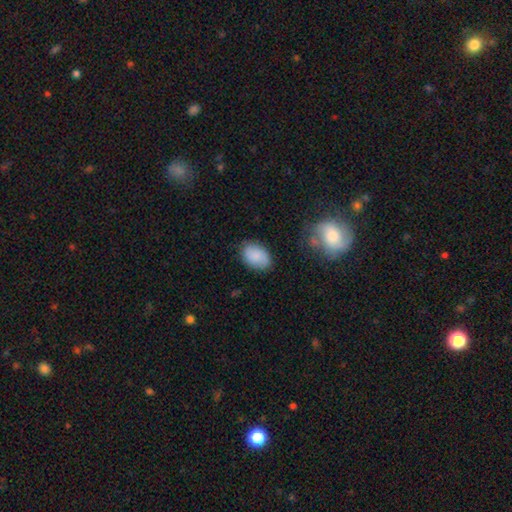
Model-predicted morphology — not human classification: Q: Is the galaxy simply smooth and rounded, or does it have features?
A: smooth — 83%.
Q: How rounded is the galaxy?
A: in between — 86%.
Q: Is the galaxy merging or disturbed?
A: none — 78%.